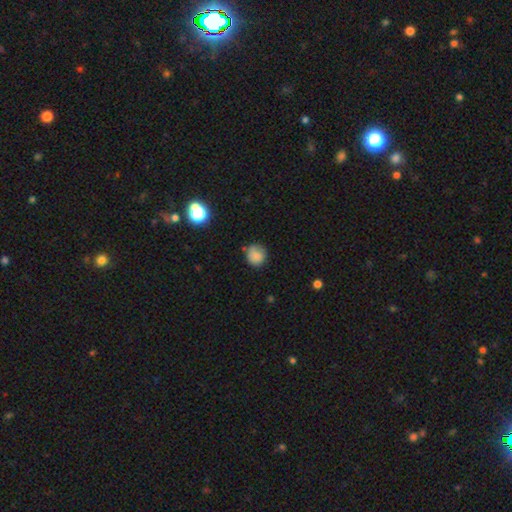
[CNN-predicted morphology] smooth_or_featured: smooth (p=0.81) [alt: star or artifact p=0.11]
how_rounded: round (p=0.86) [alt: in between p=0.13]
merging: none (p=0.70) [alt: minor disturbance p=0.22]